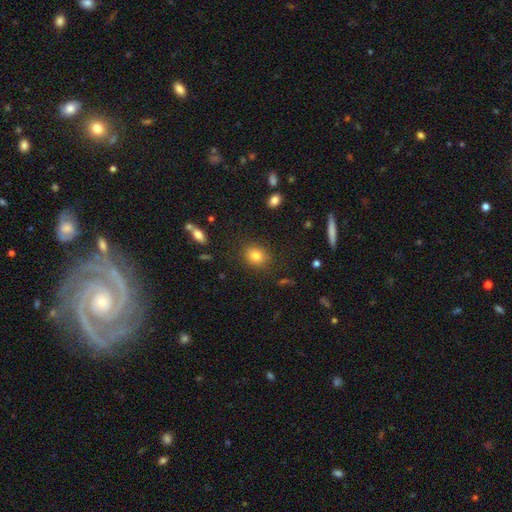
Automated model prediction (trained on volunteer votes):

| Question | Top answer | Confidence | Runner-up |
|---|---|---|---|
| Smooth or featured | smooth | 81% | star or artifact (11%) |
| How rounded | round | 60% | in between (39%) |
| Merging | none | 86% | minor disturbance (9%) |